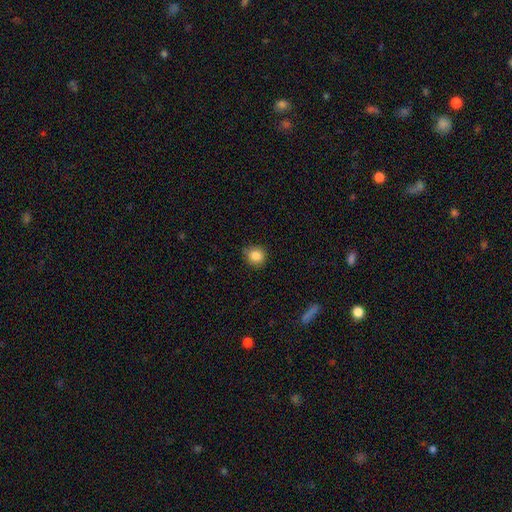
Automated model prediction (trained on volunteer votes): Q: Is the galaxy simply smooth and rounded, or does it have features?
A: smooth — 86%.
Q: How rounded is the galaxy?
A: round — 87%.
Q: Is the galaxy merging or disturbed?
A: none — 83%.